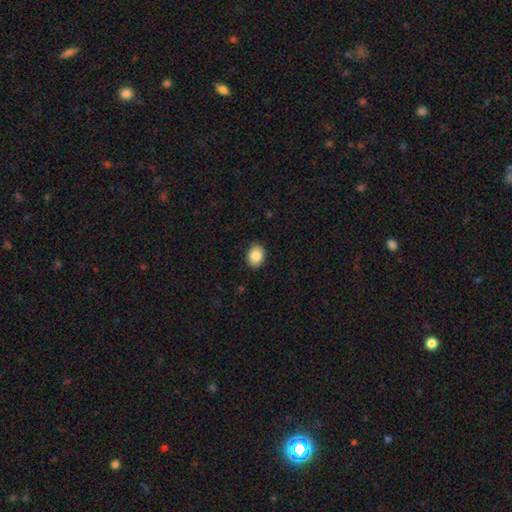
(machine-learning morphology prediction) This is clearly a smooth galaxy (86%). How rounded: likely in between (60%). Merging: clearly none (89%).